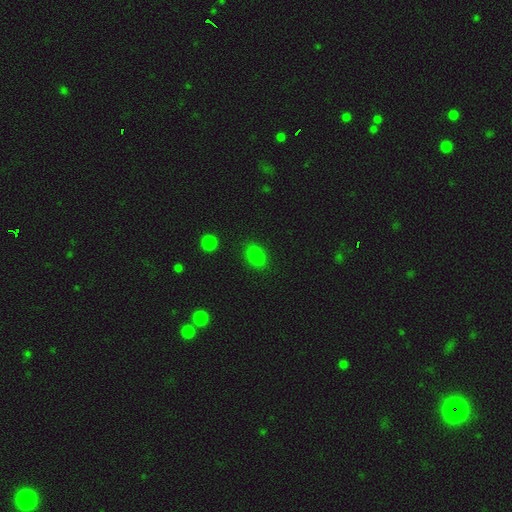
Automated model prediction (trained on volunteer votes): smooth-or-featured: smooth: 83% | star or artifact: 12% | featured or disk: 5%
  how-rounded: in between: 79% | round: 20% | cigar-shaped: 2%
  merging: none: 86% | minor disturbance: 9% | major disturbance: 3% | merger: 2%